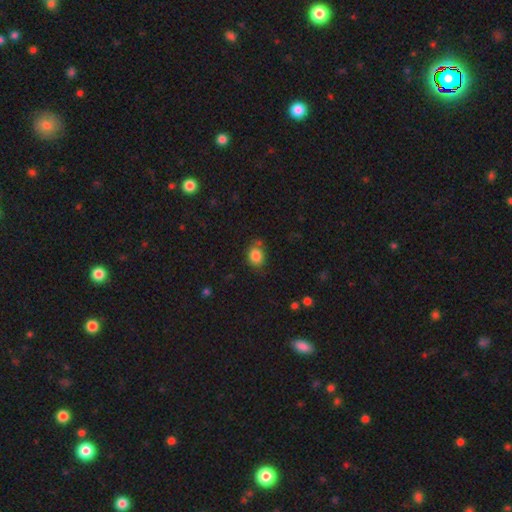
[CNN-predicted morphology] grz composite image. It shows a smooth galaxy with no disk features (84%) that is in between round and cigar-shaped (51%). Merging: none (70%).